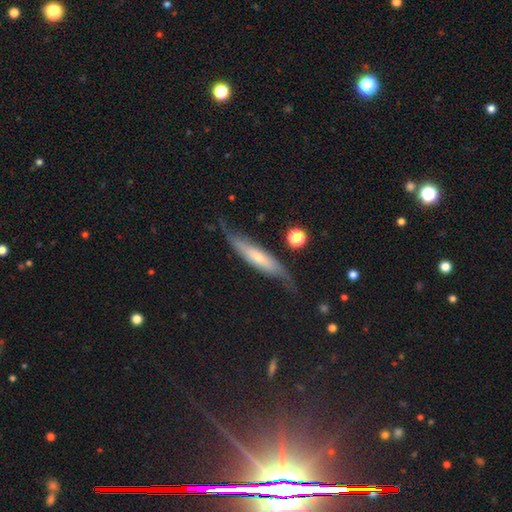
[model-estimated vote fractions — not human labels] smooth_or_featured: featured or disk (p=0.59) [alt: smooth p=0.33]
disk_edge_on: yes (p=0.62) [alt: no p=0.38]
merging: none (p=0.66) [alt: minor disturbance p=0.24]